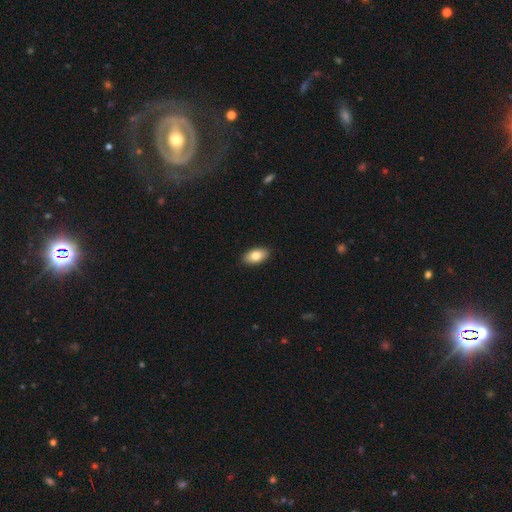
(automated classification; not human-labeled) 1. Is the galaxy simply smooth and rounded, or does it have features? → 81% smooth, 13% featured or disk, 7% star or artifact.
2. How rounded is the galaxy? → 93% in between, 5% round, 3% cigar-shaped.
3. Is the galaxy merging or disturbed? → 90% none, 8% minor disturbance, 2% major disturbance, 1% merger.